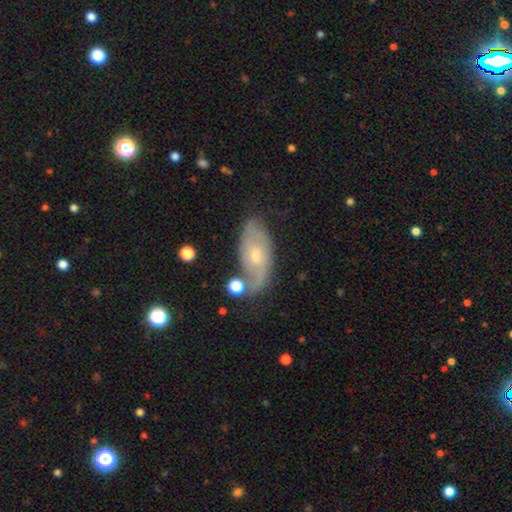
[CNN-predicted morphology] The model was most divided on "bulge size": small: 50%, moderate: 45%, large: 2%, none: 2%, dominant: 1%. More confident: edge-on disk — no (90%); spiral arms — yes (78%); bar — no (69%); smooth or featured — featured or disk (64%); merging — none (56%).